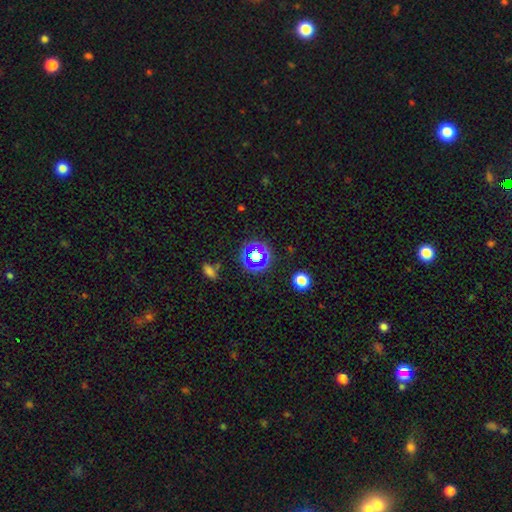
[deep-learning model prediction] Overall: star or artifact (62%; smooth 27%).